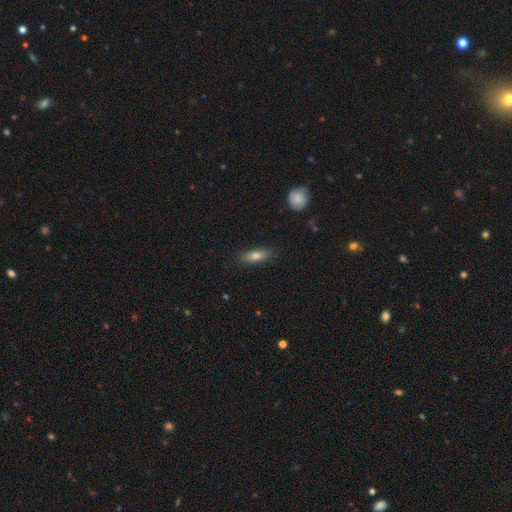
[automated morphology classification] This appears to be a smooth galaxy with no disk features (77%) that is in between round and cigar-shaped (61%). Merging: none (85%).